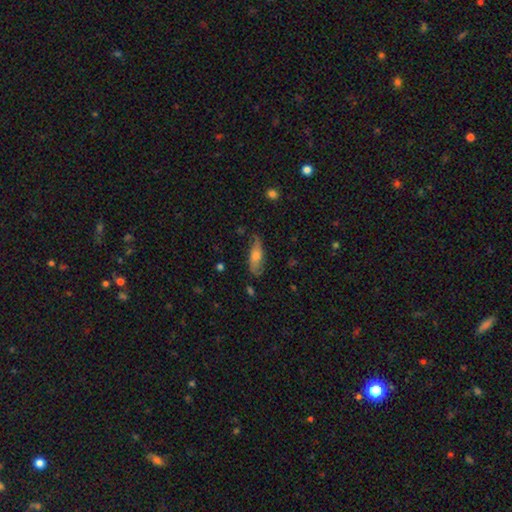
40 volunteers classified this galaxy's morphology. smooth_or_featured: featured or disk (p=0.50) [alt: smooth p=0.40]
disk_edge_on: no (p=0.85) [alt: yes p=0.15]
bar: strong (p=0.41) [tied with: no p=0.41]
has_spiral_arms: yes (p=1.00)
spiral_winding: loose (p=0.65) [alt: medium p=0.24]
spiral_arm_count: 2 (p=0.88) [alt: 1 p=0.12]
bulge_size: moderate (p=0.65) [alt: small p=0.29]
merging: none (p=0.56) [alt: minor disturbance p=0.25]